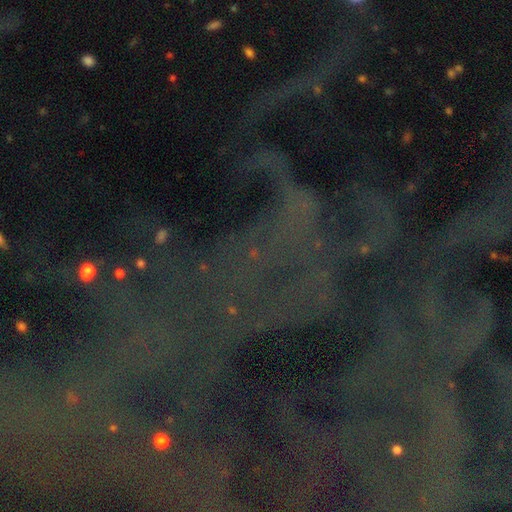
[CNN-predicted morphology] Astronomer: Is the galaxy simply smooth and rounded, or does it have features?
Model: star or artifact — 80%.